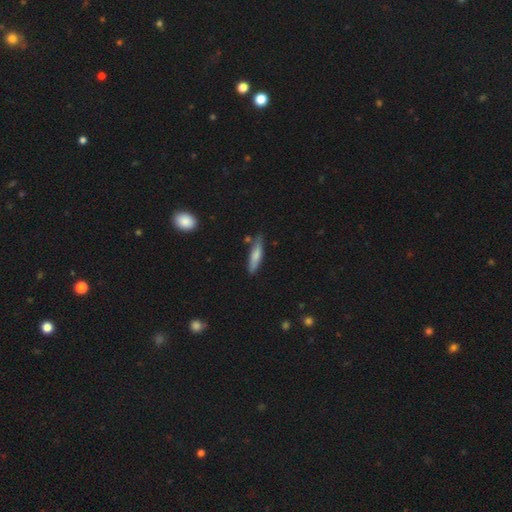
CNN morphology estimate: Smooth or featured?
  - smooth: 72% *
  - featured or disk: 23%
  - star or artifact: 6%
How rounded?
  - cigar-shaped: 75% *
  - in between: 23%
  - round: 2%
Merging?
  - none: 76% *
  - minor disturbance: 17%
  - merger: 4%
  - major disturbance: 3%